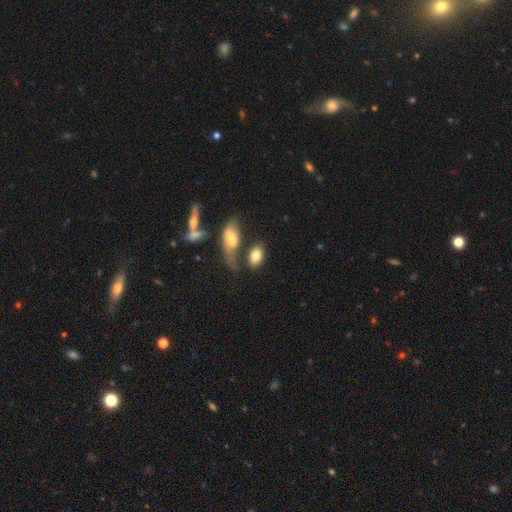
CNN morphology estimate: This appears to be a smooth galaxy with no disk features (81%) that is in between round and cigar-shaped (89%). Merging: none (45%).